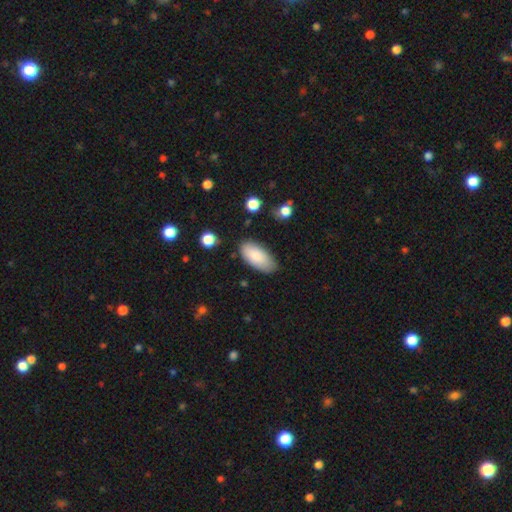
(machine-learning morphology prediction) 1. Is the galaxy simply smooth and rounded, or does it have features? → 85% smooth, 9% featured or disk, 6% star or artifact.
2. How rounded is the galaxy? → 92% in between, 6% cigar-shaped, 2% round.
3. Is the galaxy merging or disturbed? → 78% none, 16% minor disturbance, 3% major disturbance, 2% merger.